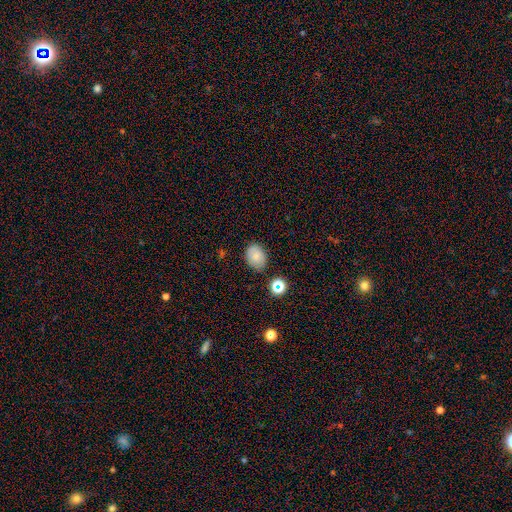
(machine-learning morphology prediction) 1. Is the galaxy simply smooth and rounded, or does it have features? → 78% smooth, 11% star or artifact, 10% featured or disk.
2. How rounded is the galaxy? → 65% in between, 34% round, 1% cigar-shaped.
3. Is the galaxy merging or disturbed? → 82% none, 13% minor disturbance, 3% major disturbance, 3% merger.